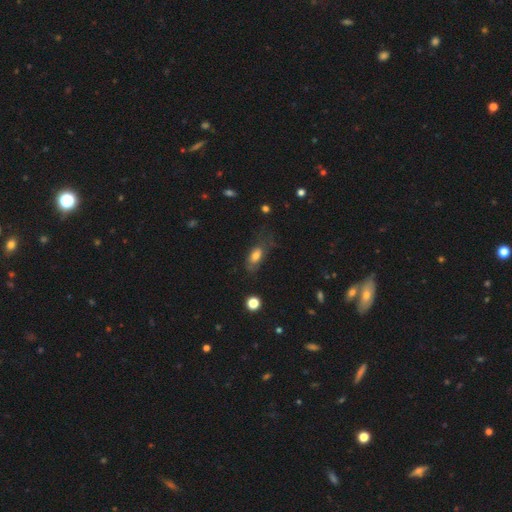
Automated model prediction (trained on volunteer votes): Smooth or featured? Predicted: smooth (p=0.68). How rounded? Predicted: in between (p=0.82). Merging? Predicted: none (p=0.52).